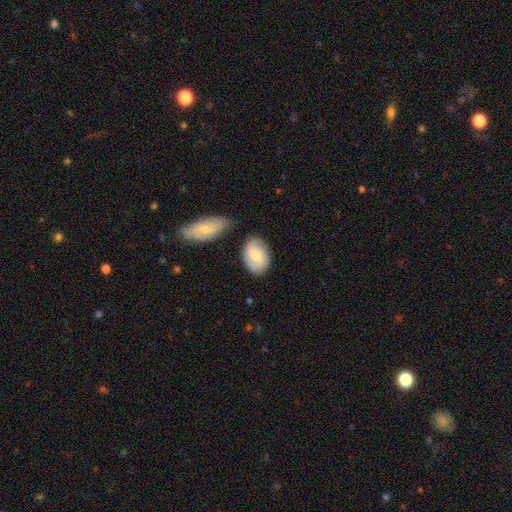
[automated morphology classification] A featured or disk galaxy (49%). Merging: none (70%).